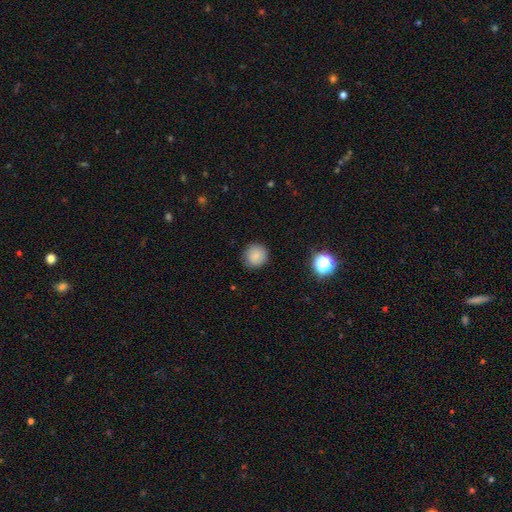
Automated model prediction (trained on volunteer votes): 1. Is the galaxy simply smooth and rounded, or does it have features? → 85% smooth, 11% star or artifact, 4% featured or disk.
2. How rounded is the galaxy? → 91% round, 8% in between, 1% cigar-shaped.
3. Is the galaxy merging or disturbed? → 88% none, 9% minor disturbance, 2% major disturbance, 1% merger.